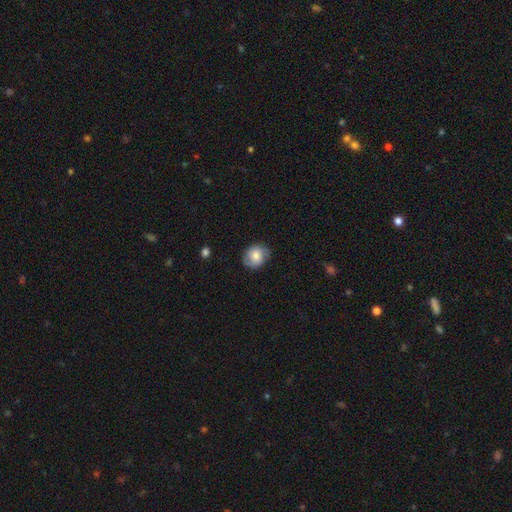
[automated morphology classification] Smooth or featured?
  - smooth: 71% *
  - featured or disk: 21%
  - star or artifact: 8%
How rounded?
  - round: 71% *
  - in between: 28%
  - cigar-shaped: 1%
Merging?
  - none: 76% *
  - minor disturbance: 19%
  - major disturbance: 4%
  - merger: 1%